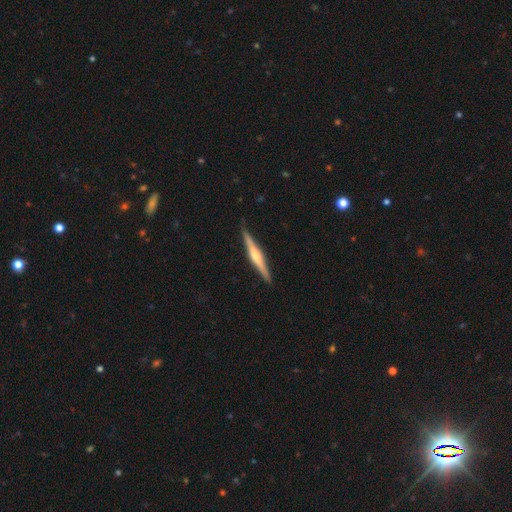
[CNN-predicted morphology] Smooth or featured?
  - featured or disk: 72% *
  - smooth: 24%
  - star or artifact: 5%
Edge-on disk?
  - yes: 98% *
  - no: 2%
Edge-on bulge?
  - rounded: 80% *
  - none: 11%
  - boxy: 10%
Merging?
  - none: 90% *
  - minor disturbance: 8%
  - major disturbance: 1%
  - merger: 1%